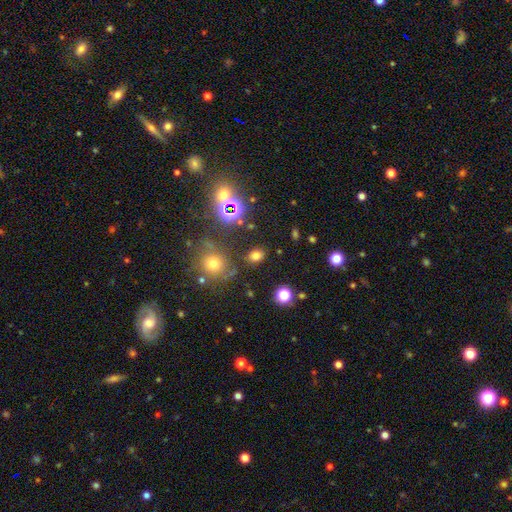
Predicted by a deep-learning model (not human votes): This is likely a smooth galaxy (69%). How rounded: possibly in between (60%). Merging: clearly none (81%).